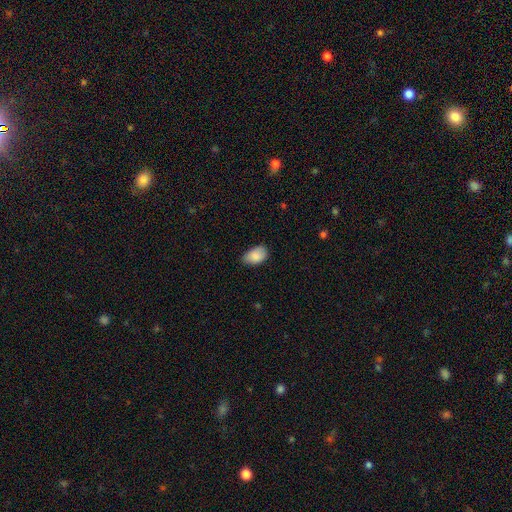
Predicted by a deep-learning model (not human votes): Smooth or featured?
  - smooth: 87% *
  - star or artifact: 7%
  - featured or disk: 6%
How rounded?
  - in between: 91% *
  - round: 8%
  - cigar-shaped: 1%
Merging?
  - none: 68% *
  - minor disturbance: 27%
  - major disturbance: 4%
  - merger: 1%